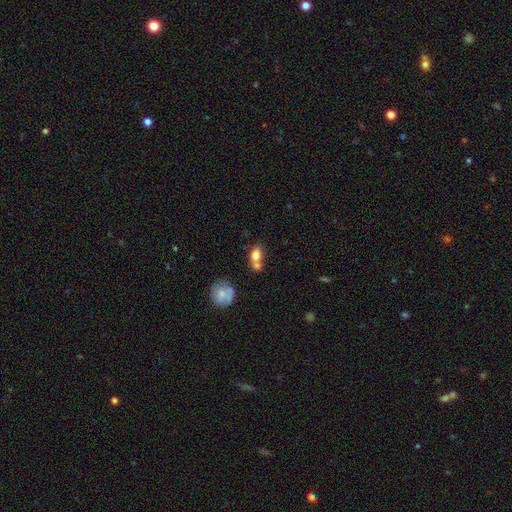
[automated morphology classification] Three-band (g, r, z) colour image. It shows a smooth galaxy with no disk features (78%) that is in between round and cigar-shaped (72%). Merging: merger (46%).